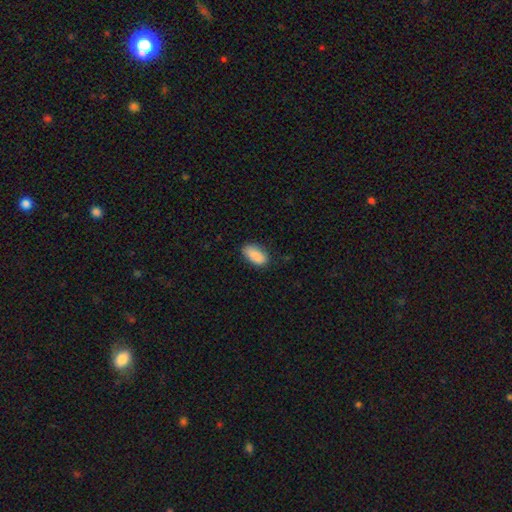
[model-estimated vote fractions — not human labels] Smooth or featured?
  - smooth: 89% *
  - star or artifact: 7%
  - featured or disk: 4%
How rounded?
  - in between: 92% *
  - cigar-shaped: 4%
  - round: 3%
Merging?
  - none: 78% *
  - minor disturbance: 18%
  - major disturbance: 3%
  - merger: 1%